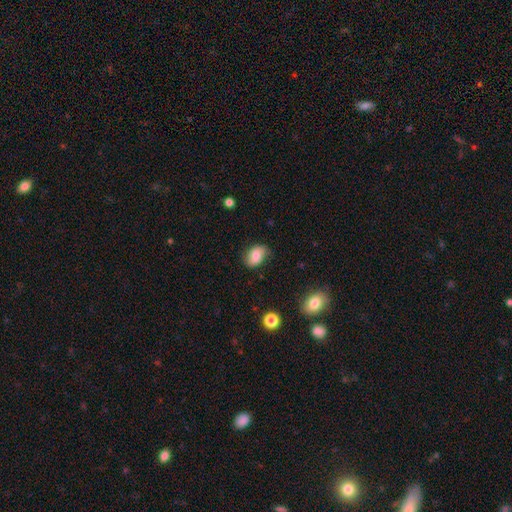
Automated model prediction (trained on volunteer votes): Smooth or featured? smooth (75%)
How rounded? in between (82%)
Merging? none (74%)